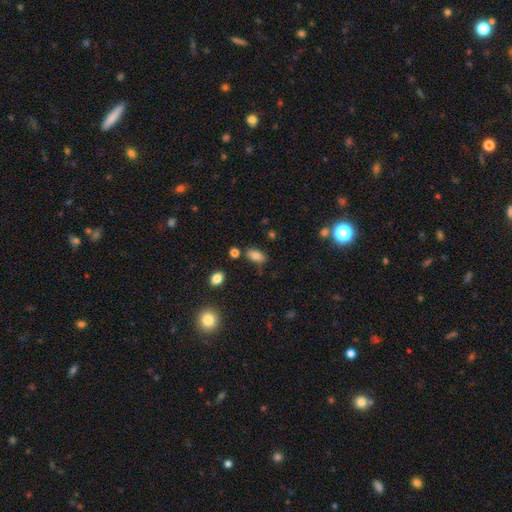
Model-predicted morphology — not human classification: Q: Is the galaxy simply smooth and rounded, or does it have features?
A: smooth — 79%.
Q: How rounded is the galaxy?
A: in between — 90%.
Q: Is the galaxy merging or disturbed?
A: none — 75%.